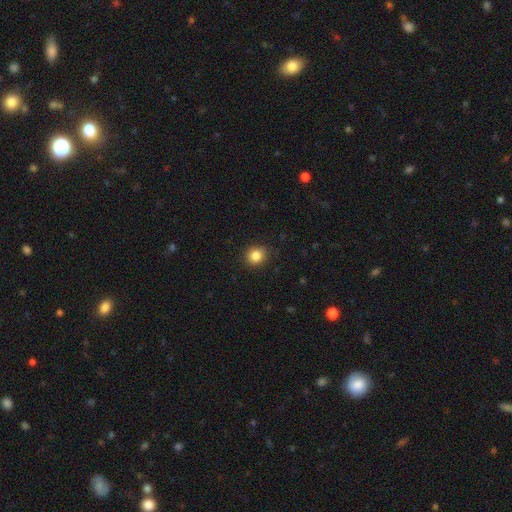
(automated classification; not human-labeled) Smooth or featured? smooth (85%)
How rounded? round (85%)
Merging? none (89%)